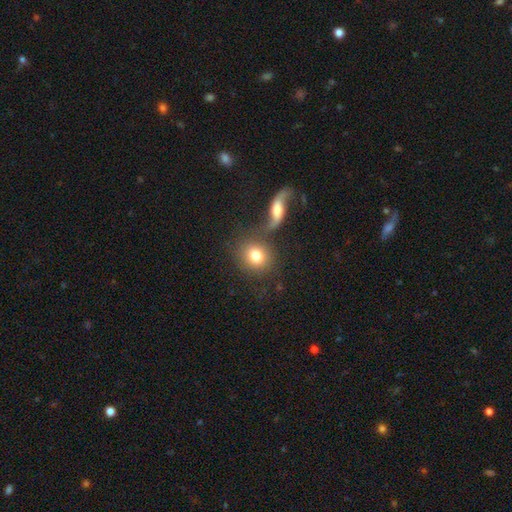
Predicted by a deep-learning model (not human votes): Overall: smooth (79%). How rounded: round (80%). Merging: none (62%; merger 23%).